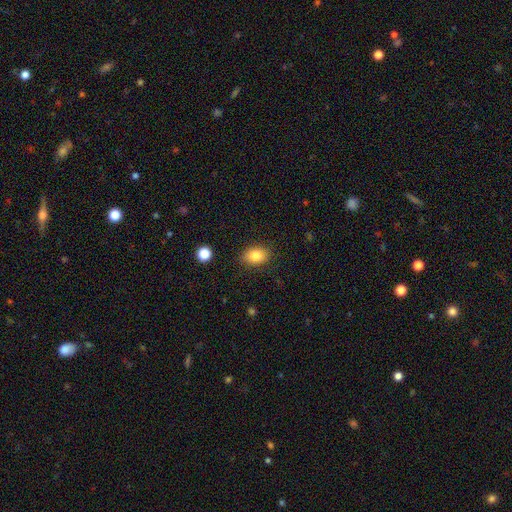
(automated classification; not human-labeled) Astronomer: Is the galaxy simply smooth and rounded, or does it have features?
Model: smooth — 84%.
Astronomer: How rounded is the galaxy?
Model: in between — 81%.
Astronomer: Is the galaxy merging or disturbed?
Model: none — 85%.